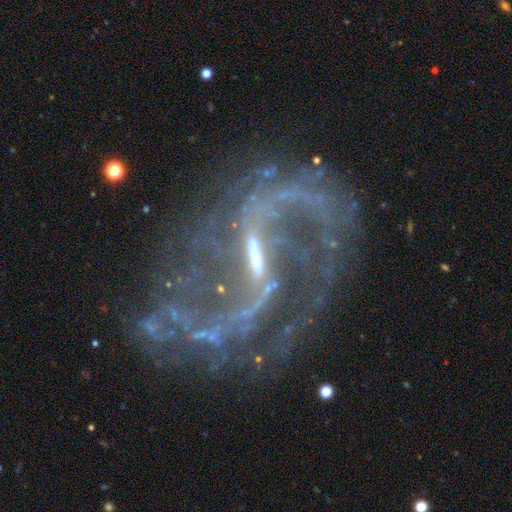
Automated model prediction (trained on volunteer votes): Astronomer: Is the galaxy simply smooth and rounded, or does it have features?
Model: featured or disk — 90%.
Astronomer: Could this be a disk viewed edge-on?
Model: no — 98%.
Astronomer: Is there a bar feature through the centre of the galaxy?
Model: strong — 49% (runner-up: weak, 40%).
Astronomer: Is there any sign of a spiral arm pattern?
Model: yes — 96%.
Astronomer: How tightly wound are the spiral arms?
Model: loose — 49% (runner-up: medium, 38%).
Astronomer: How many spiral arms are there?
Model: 2 — 70%.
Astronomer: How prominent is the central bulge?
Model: small — 57%.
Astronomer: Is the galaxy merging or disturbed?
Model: none — 55%.